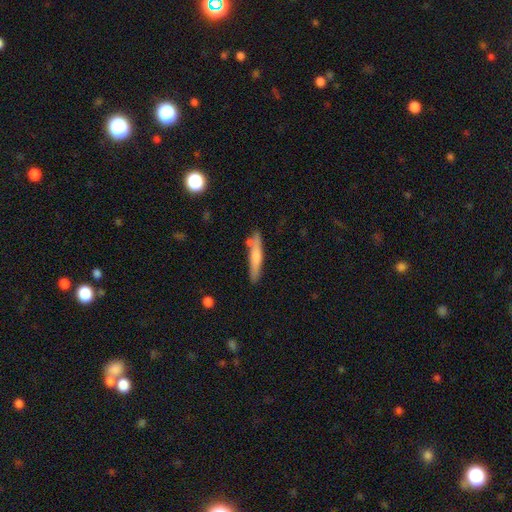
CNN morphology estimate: Overall: smooth (64%; featured or disk 31%). How rounded: cigar-shaped (90%). Merging: none (78%).